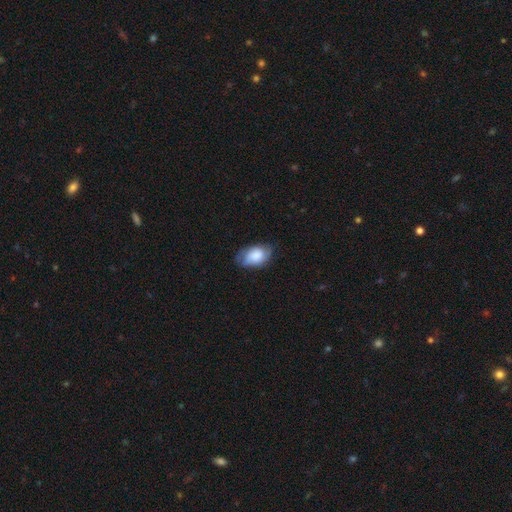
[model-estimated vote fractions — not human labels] Morphology: type=smooth (72%); roundness=in between (90%); merging=none (64%).